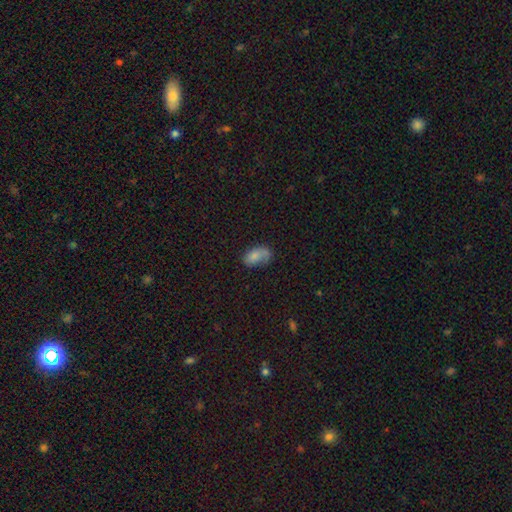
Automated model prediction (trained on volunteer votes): Q: Smooth or featured?
A: smooth (77%); runner-up: featured or disk (14%)
Q: How rounded?
A: in between (92%); runner-up: round (7%)
Q: Merging?
A: none (51%); runner-up: minor disturbance (31%)